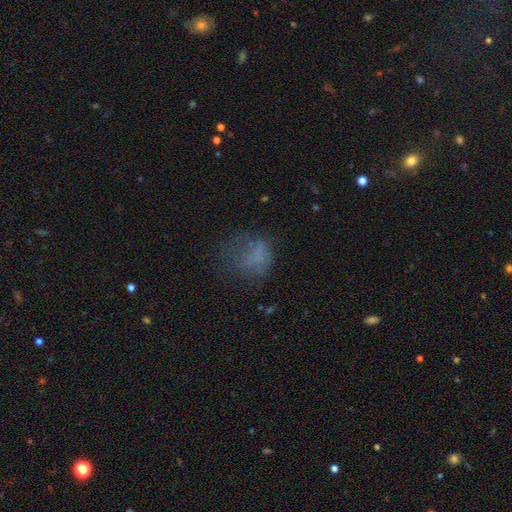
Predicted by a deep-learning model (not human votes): Morphology: type=smooth (55%); roundness=round (53%); merging=none (43%).